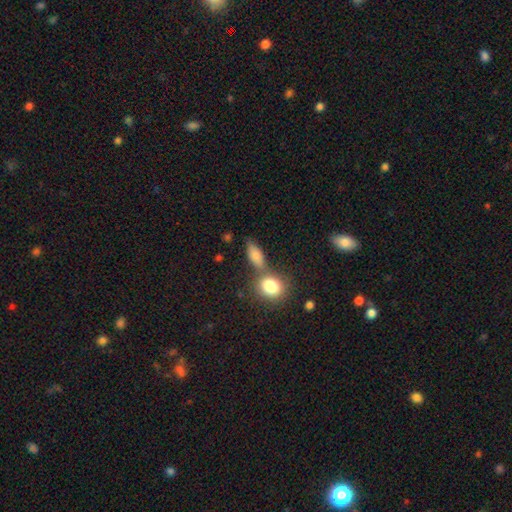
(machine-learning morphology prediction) Overall: smooth (78%). How rounded: in between (73%). Merging: none (51%; merger 28%).